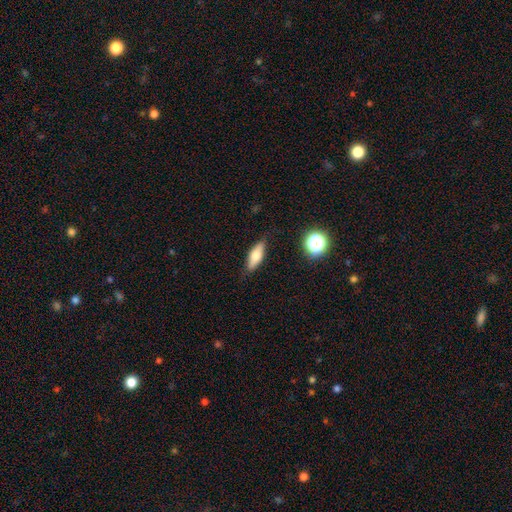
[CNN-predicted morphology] A smooth galaxy with no disk features (65%) that is in between round and cigar-shaped (60%).

Vote fractions:
- Smooth or featured? smooth: 65% / featured or disk: 27% / star or artifact: 8%
- How rounded? in between: 60% / cigar-shaped: 37% / round: 4%
- Merging? none: 83% / minor disturbance: 13% / major disturbance: 3% / merger: 2%